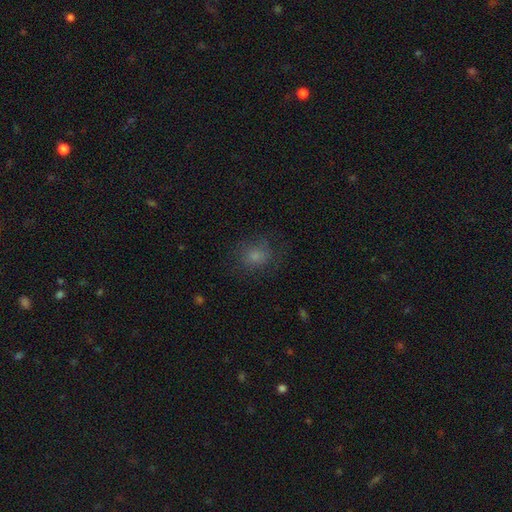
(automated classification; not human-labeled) Overall: smooth (71%). How rounded: round (67%; in between 32%). Merging: none (71%).